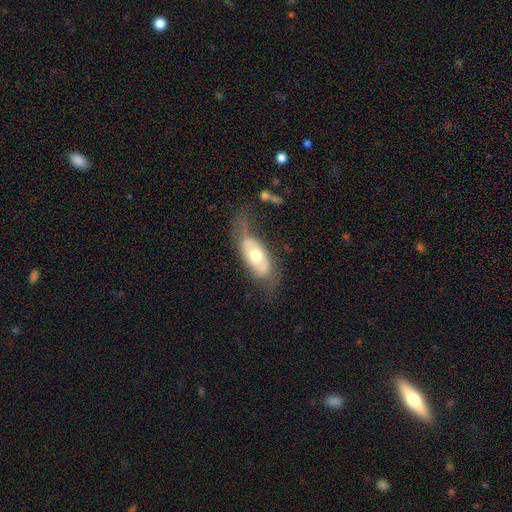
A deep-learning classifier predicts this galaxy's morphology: smooth 48%, featured or disk 46%, star or artifact 6%. Down the decision tree: merging — none (48%).